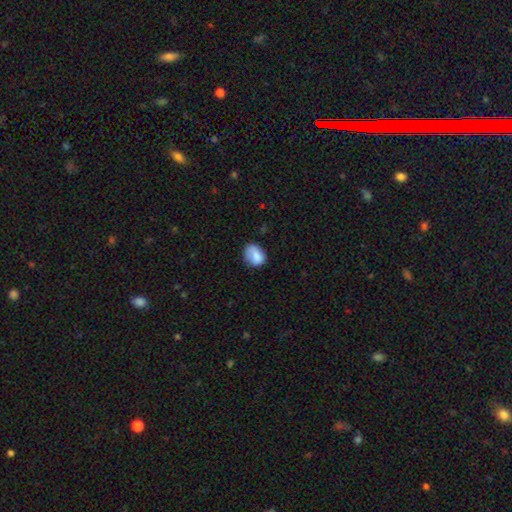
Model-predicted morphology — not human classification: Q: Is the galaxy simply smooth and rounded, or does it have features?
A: smooth — 82%.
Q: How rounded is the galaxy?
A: in between — 56%.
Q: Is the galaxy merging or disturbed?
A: none — 64%.